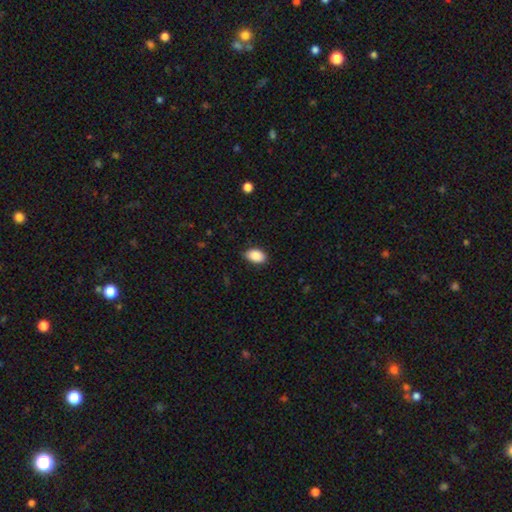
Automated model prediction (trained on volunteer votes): smooth_or_featured: smooth (p=0.89) [alt: star or artifact p=0.07]
how_rounded: in between (p=0.90) [alt: round p=0.09]
merging: none (p=0.83) [alt: minor disturbance p=0.14]